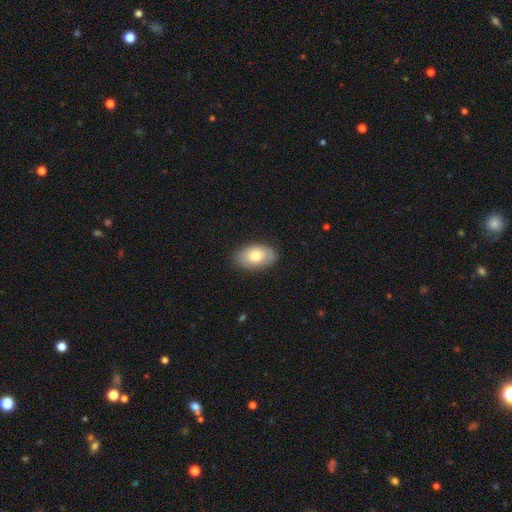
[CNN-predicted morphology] smooth 75%, featured or disk 18%, star or artifact 7%. Down the decision tree: how rounded — in between (92%); merging — none (84%).